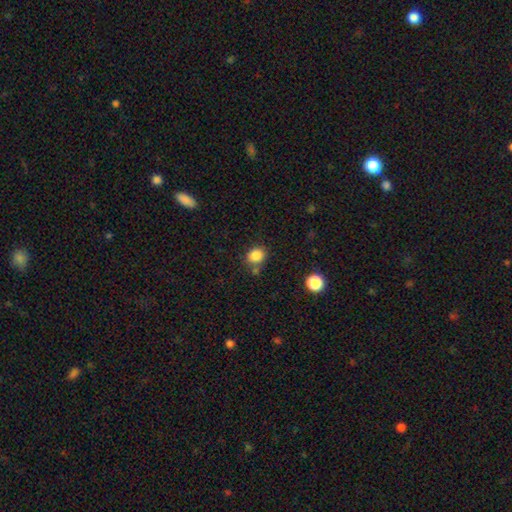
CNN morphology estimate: A smooth galaxy with no disk features (85%) that is round (66%).

Vote fractions:
- Smooth or featured? smooth: 85% / star or artifact: 10% / featured or disk: 5%
- How rounded? round: 66% / in between: 33% / cigar-shaped: 1%
- Merging? none: 71% / minor disturbance: 14% / merger: 12% / major disturbance: 4%